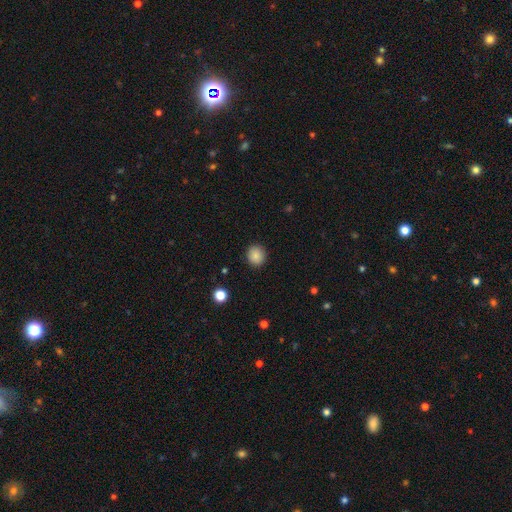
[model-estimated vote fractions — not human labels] This is clearly a smooth galaxy (86%). How rounded: clearly round (83%). Merging: clearly none (90%).